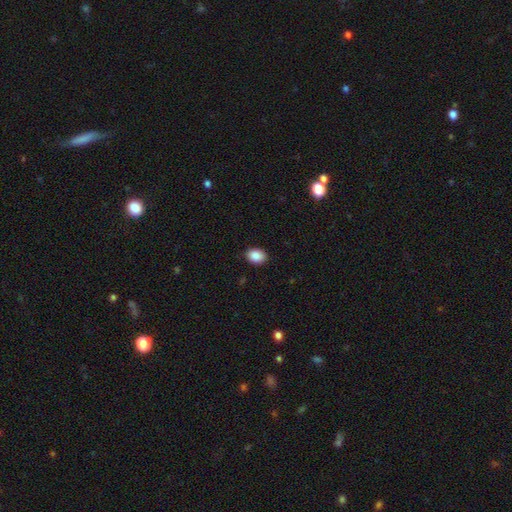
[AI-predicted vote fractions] Overall: smooth (89%). How rounded: in between (70%). Merging: none (89%).